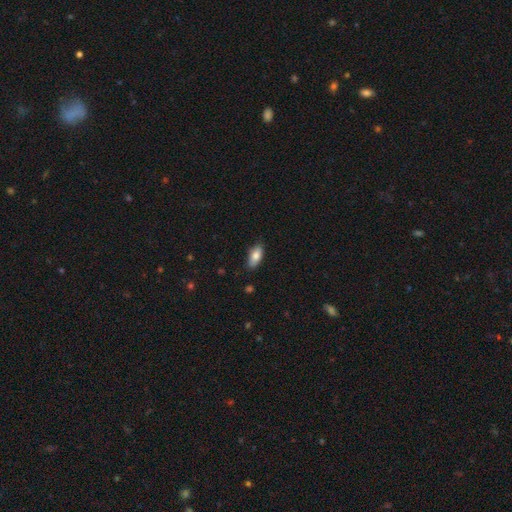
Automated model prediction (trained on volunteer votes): Smooth or featured: smooth — 80% (featured or disk — 13%)
How rounded: in between — 87% (cigar-shaped — 10%)
Merging: none — 84% (minor disturbance — 13%)